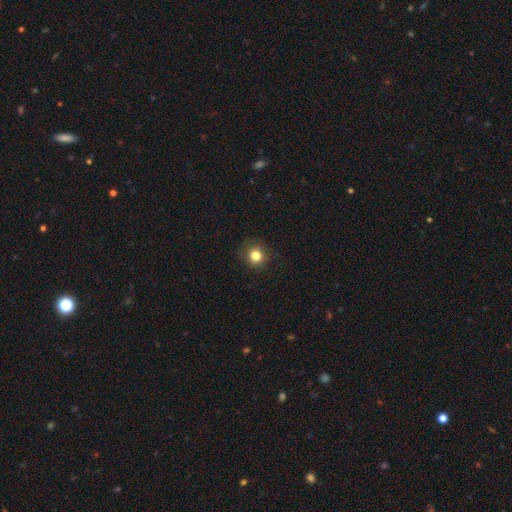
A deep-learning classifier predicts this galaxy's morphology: This is clearly a smooth galaxy (82%). How rounded: clearly round (91%). Merging: clearly none (89%).